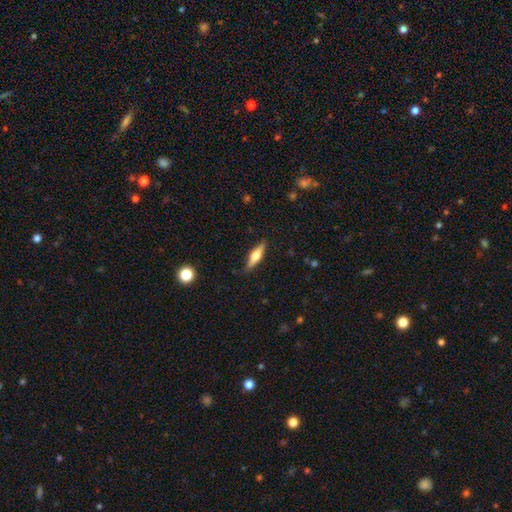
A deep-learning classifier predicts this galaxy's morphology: smooth_or_featured: smooth (p=0.48) [alt: featured or disk p=0.46]
merging: none (p=0.85) [alt: minor disturbance p=0.11]